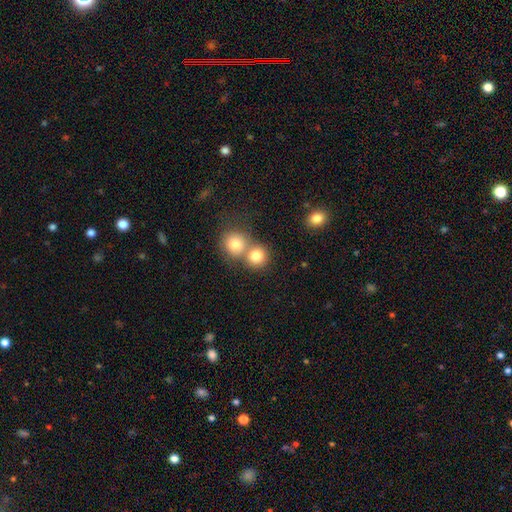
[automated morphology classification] Q: Smooth or featured?
A: smooth (81%); runner-up: star or artifact (10%)
Q: How rounded?
A: round (85%); runner-up: in between (14%)
Q: Merging?
A: merger (47%); runner-up: none (43%)